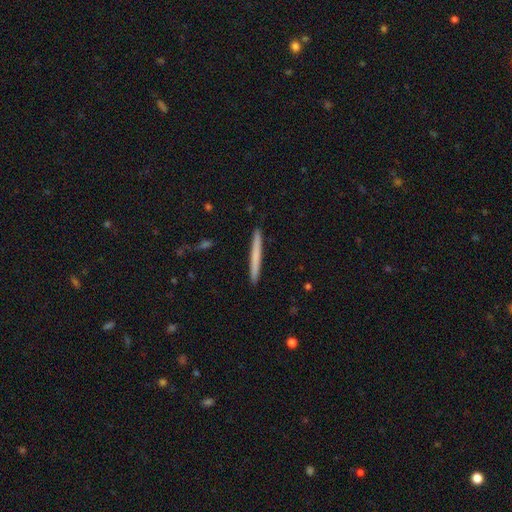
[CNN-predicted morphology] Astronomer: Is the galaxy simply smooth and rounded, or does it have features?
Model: smooth — 64%.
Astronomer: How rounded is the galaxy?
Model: cigar-shaped — 97%.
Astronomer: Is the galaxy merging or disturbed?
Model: none — 92%.